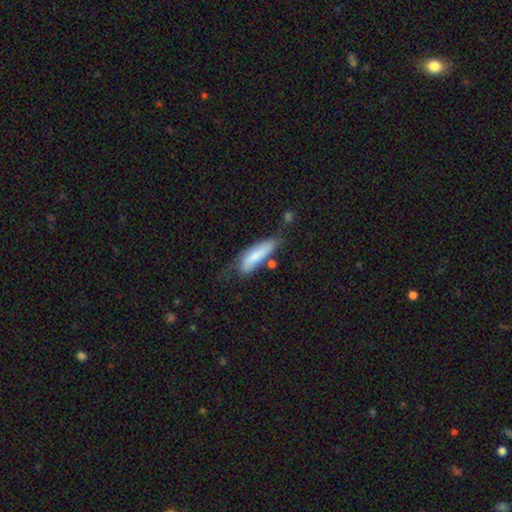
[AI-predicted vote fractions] Smooth or featured?
  - smooth: 70% *
  - featured or disk: 24%
  - star or artifact: 6%
How rounded?
  - cigar-shaped: 54% *
  - in between: 45%
  - round: 2%
Merging?
  - none: 42% *
  - minor disturbance: 34%
  - major disturbance: 15%
  - merger: 8%